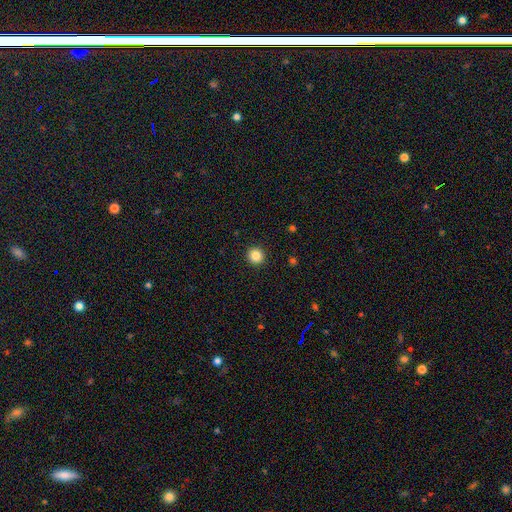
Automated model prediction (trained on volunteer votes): smooth-or-featured: smooth: 85% | star or artifact: 11% | featured or disk: 4%
  how-rounded: round: 95% | in between: 4% | cigar-shaped: 1%
  merging: none: 93% | minor disturbance: 4% | major disturbance: 2% | merger: 1%